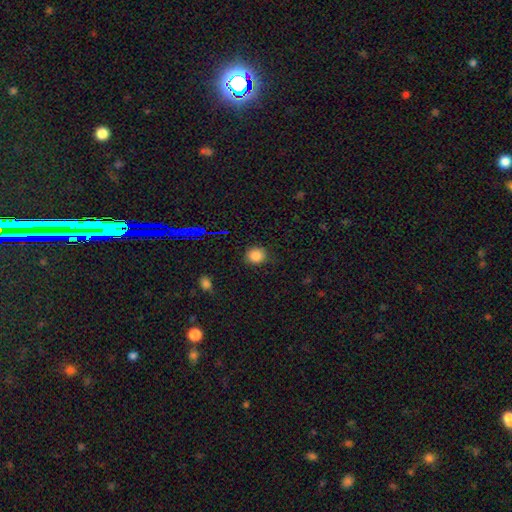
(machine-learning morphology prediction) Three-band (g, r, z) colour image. It shows a smooth galaxy with no disk features (85%) that is round (79%). Merging: none (84%).